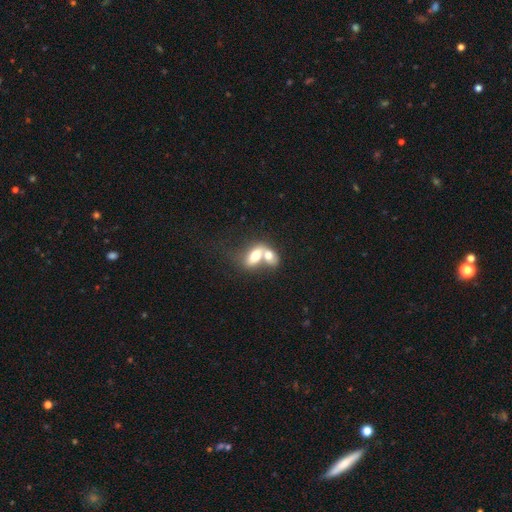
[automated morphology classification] Smooth or featured: smooth — 66% (featured or disk — 26%)
How rounded: in between — 83% (round — 11%)
Merging: merger — 76% (none — 14%)